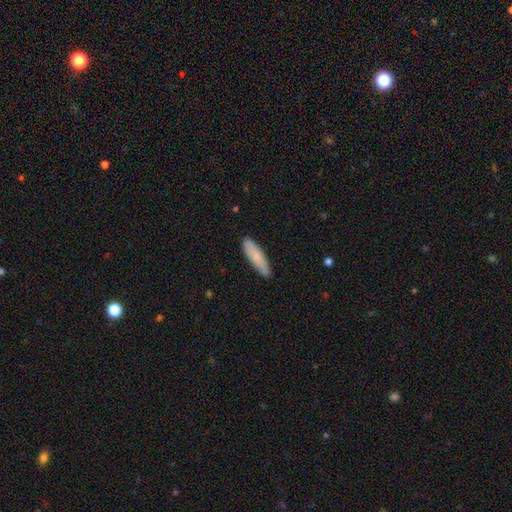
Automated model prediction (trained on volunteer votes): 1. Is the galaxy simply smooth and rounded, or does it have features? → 80% smooth, 15% featured or disk, 6% star or artifact.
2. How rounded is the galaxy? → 64% cigar-shaped, 35% in between, 1% round.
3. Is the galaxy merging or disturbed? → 83% none, 14% minor disturbance, 2% major disturbance, 1% merger.